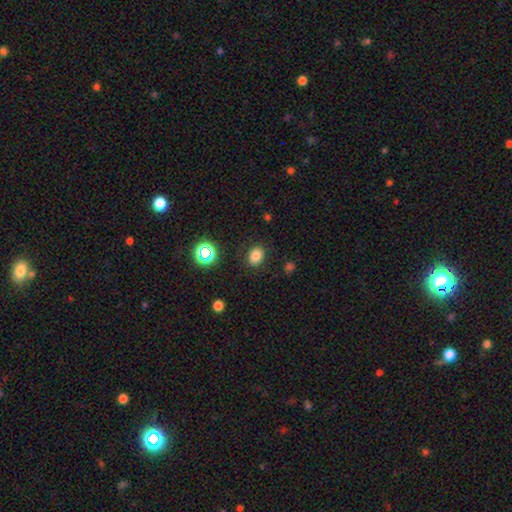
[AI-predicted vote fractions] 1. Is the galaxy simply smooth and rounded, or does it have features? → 78% smooth, 15% star or artifact, 6% featured or disk.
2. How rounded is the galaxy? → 54% in between, 45% round, 1% cigar-shaped.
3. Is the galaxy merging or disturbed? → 86% none, 10% minor disturbance, 3% major disturbance, 1% merger.